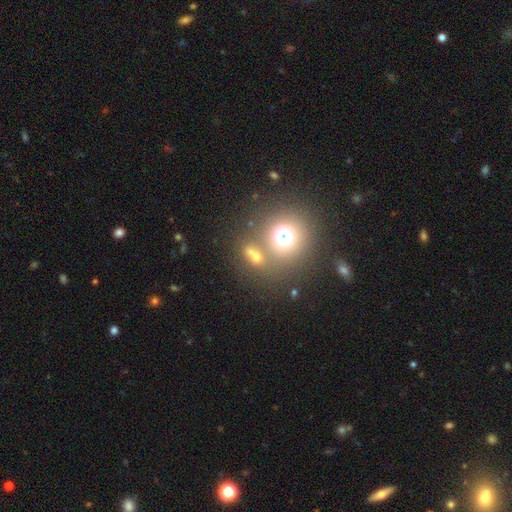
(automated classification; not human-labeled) Overall: smooth (46%; star or artifact 41%). Merging: none (57%; merger 26%).